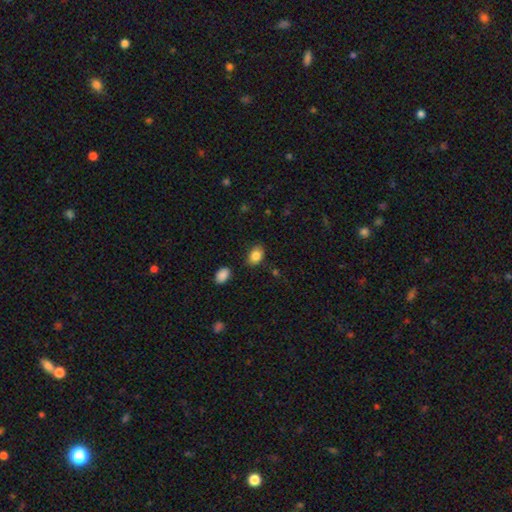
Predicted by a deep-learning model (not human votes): This is clearly a smooth galaxy (85%). How rounded: likely in between (79%). Merging: clearly none (81%).